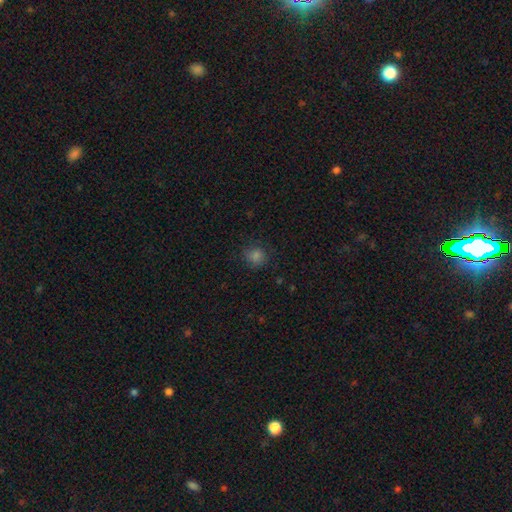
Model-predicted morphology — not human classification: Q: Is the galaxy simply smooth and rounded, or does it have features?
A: smooth — 78%.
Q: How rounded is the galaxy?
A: round — 86%.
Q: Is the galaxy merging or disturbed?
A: none — 85%.